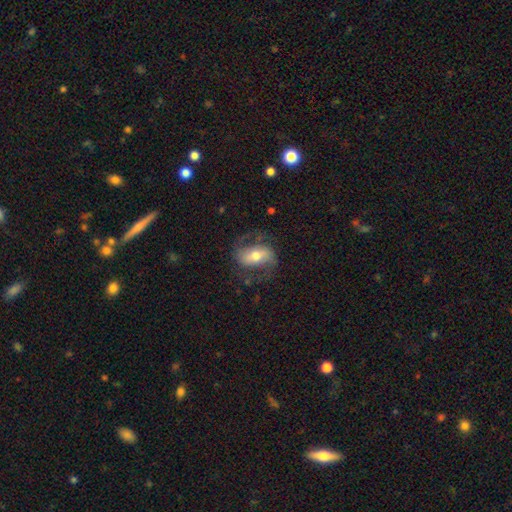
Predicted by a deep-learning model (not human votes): A featured or disk galaxy (72%) with a strong bar (40%), 2 (89%) medium (49%) spiral arms (90%) and a moderate central bulge (64%).

Vote fractions:
- Smooth or featured? featured or disk: 72% / smooth: 21% / star or artifact: 7%
- Edge-on disk? no: 96% / yes: 4%
- Bar? strong: 40% / weak: 37% / no: 23%
- Spiral arms? yes: 90% / no: 10%
- Spiral winding? medium: 49% / loose: 36% / tight: 15%
- Spiral arm count? 2: 89% / can't tell: 5% / 1: 3% / 3: 1% / 4: 1% / more than 4: 1%
- Bulge size? moderate: 64% / small: 23% / large: 11% / dominant: 2% / none: 1%
- Merging? none: 69% / minor disturbance: 16% / major disturbance: 14% / merger: 1%